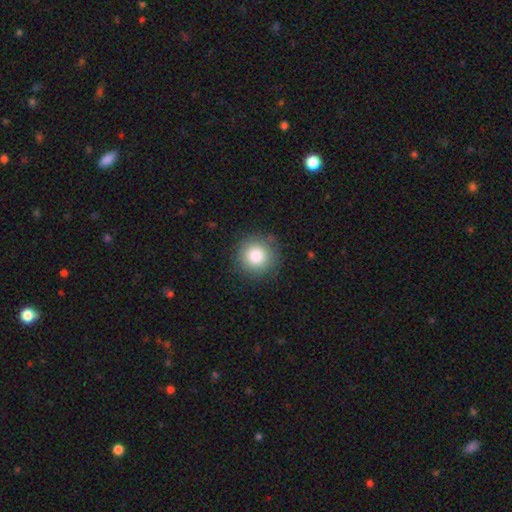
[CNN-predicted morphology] smooth 83%, star or artifact 10%, featured or disk 7%. Down the decision tree: how rounded — round (95%); merging — none (87%).